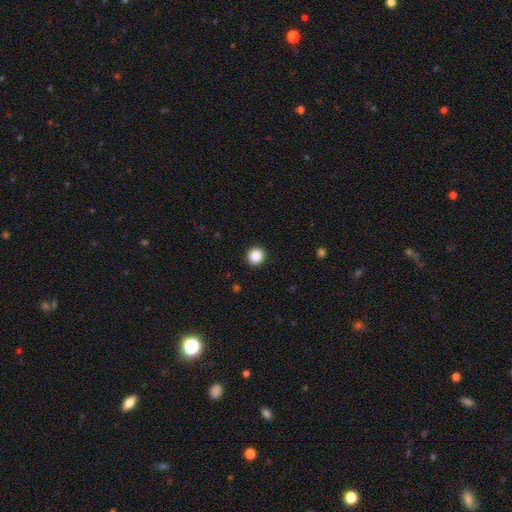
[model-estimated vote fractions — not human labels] Morphology: type=smooth (88%); roundness=round (91%); merging=none (93%).